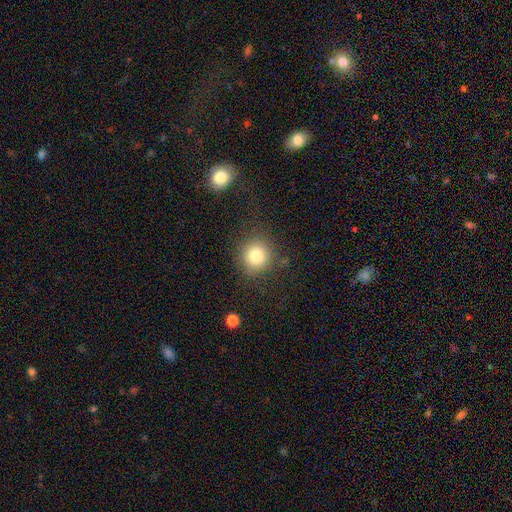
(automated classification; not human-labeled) Overall: smooth (79%). How rounded: round (91%). Merging: none (84%).